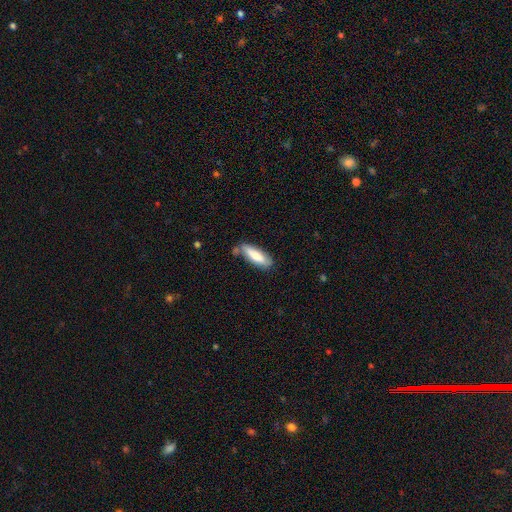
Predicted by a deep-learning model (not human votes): smooth-or-featured: smooth: 77% | featured or disk: 18% | star or artifact: 6%
  how-rounded: cigar-shaped: 50% | in between: 48% | round: 2%
  merging: none: 67% | minor disturbance: 22% | merger: 7% | major disturbance: 4%